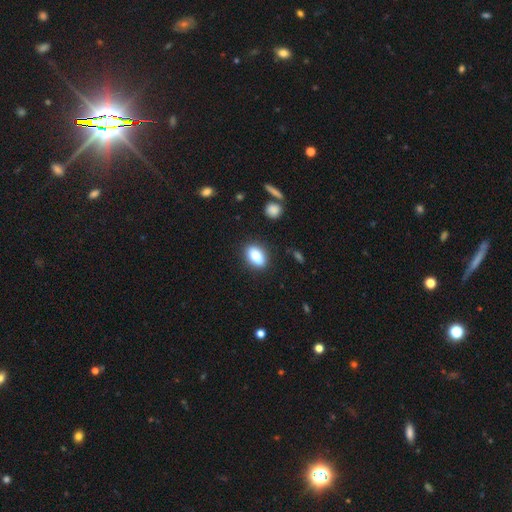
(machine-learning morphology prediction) This is clearly a smooth galaxy (81%). How rounded: clearly in between (84%). Merging: clearly none (85%).